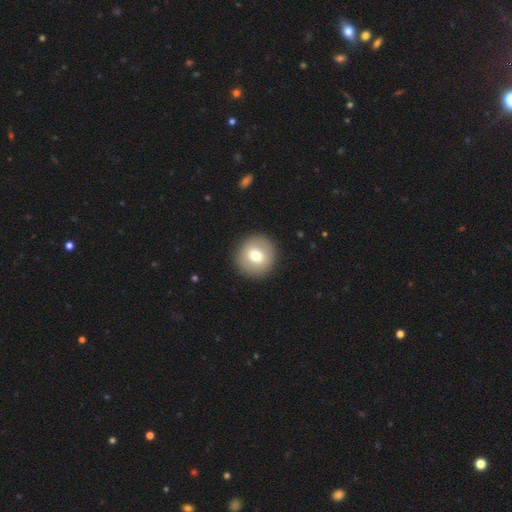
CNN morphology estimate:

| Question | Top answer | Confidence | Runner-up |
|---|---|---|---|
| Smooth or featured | smooth | 73% | featured or disk (19%) |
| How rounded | round | 93% | in between (6%) |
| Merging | none | 91% | minor disturbance (5%) |